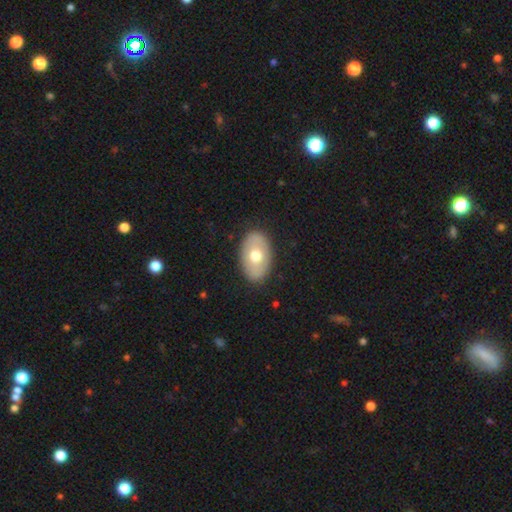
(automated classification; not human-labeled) A smooth galaxy with no disk features (60%) that is in between round and cigar-shaped (89%).

Vote fractions:
- Smooth or featured? smooth: 60% / featured or disk: 34% / star or artifact: 6%
- How rounded? in between: 89% / round: 10% / cigar-shaped: 1%
- Merging? none: 86% / minor disturbance: 10% / major disturbance: 3% / merger: 1%